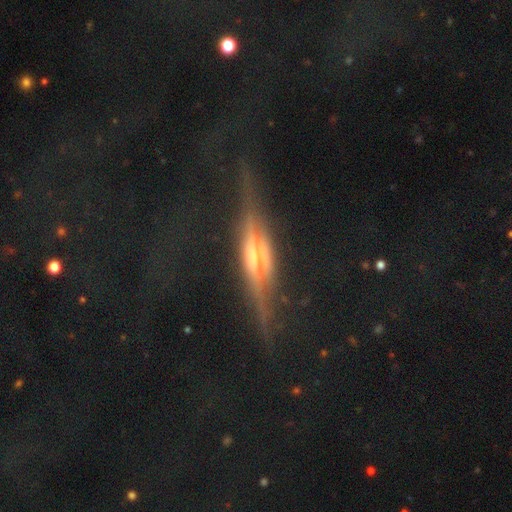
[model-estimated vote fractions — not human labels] Smooth or featured: featured or disk — 82% (star or artifact — 9%)
Edge-on disk: yes — 91% (no — 9%)
Edge-on bulge: rounded — 61% (boxy — 26%)
Merging: none — 73% (minor disturbance — 17%)